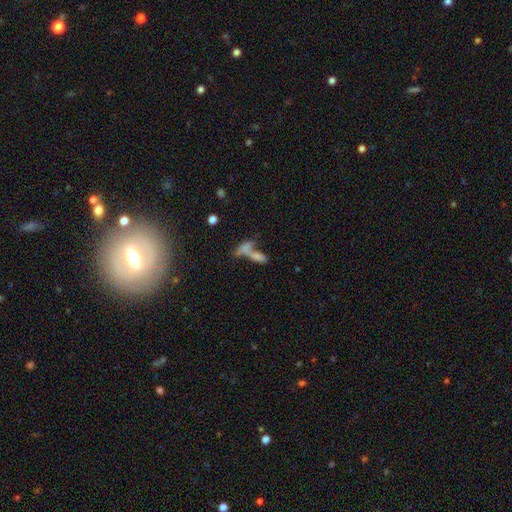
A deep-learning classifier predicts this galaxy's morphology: Smooth or featured: smooth — 52% (featured or disk — 27%)
How rounded: in between — 48% (cigar-shaped — 43%)
Merging: merger — 52% (none — 29%)